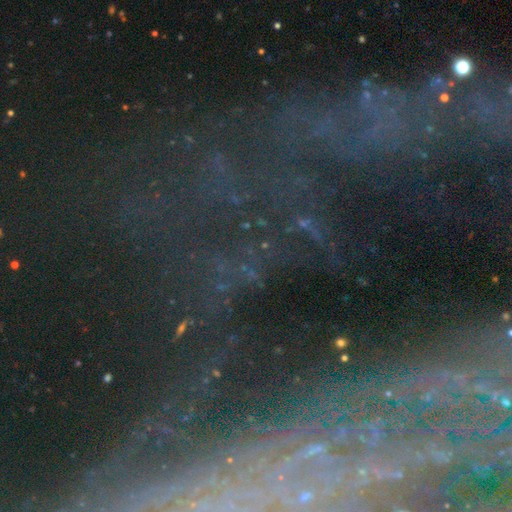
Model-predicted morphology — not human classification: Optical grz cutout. It shows a star or artifact, not a galaxy (57%).